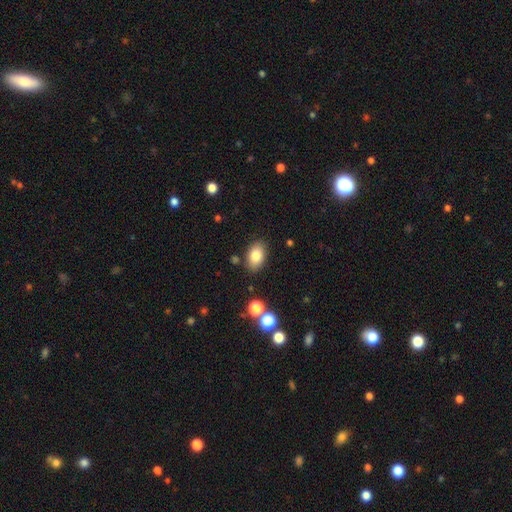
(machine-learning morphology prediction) Smooth or featured?
  - smooth: 83% *
  - featured or disk: 9%
  - star or artifact: 8%
How rounded?
  - in between: 89% *
  - round: 10%
  - cigar-shaped: 1%
Merging?
  - none: 84% *
  - minor disturbance: 10%
  - merger: 3%
  - major disturbance: 3%